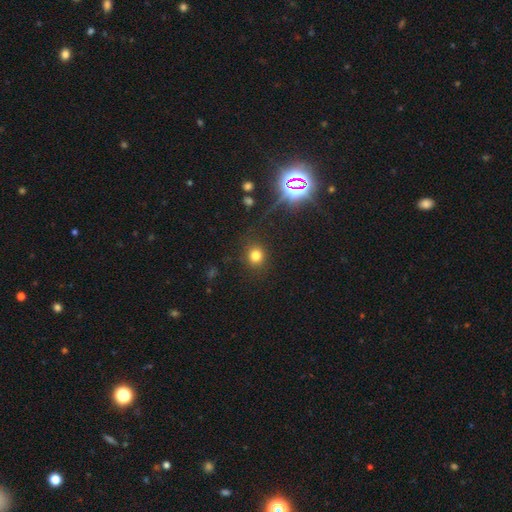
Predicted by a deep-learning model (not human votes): This appears to be a smooth galaxy with no disk features (76%) that is round (84%). Merging: none (86%).